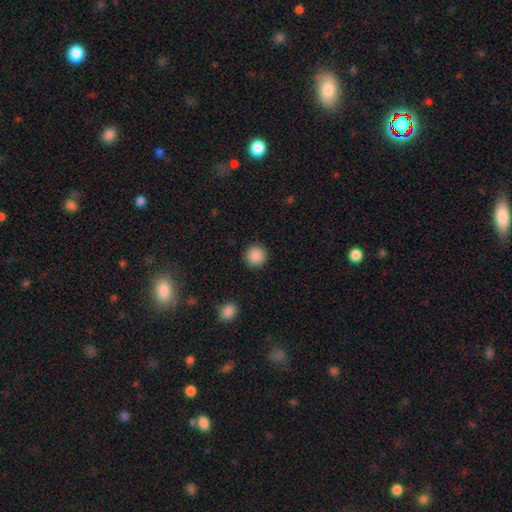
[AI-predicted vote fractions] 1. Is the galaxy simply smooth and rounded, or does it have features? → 89% smooth, 9% star or artifact, 3% featured or disk.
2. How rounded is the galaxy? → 95% round, 4% in between, 1% cigar-shaped.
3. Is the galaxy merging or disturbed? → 91% none, 5% minor disturbance, 2% major disturbance, 1% merger.